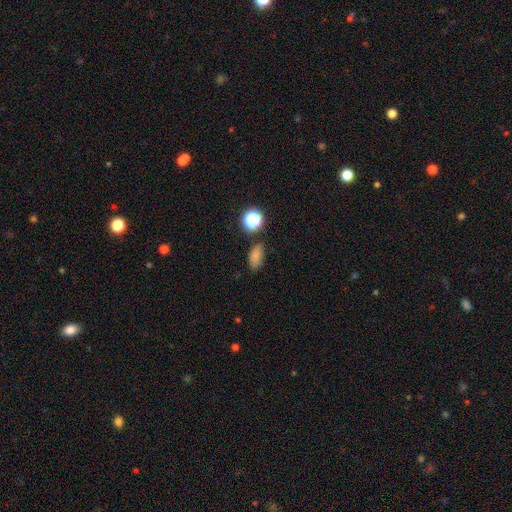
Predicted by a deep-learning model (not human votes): smooth-or-featured: smooth: 77% | star or artifact: 16% | featured or disk: 7%
  how-rounded: in between: 84% | round: 12% | cigar-shaped: 4%
  merging: none: 76% | minor disturbance: 16% | merger: 4% | major disturbance: 4%